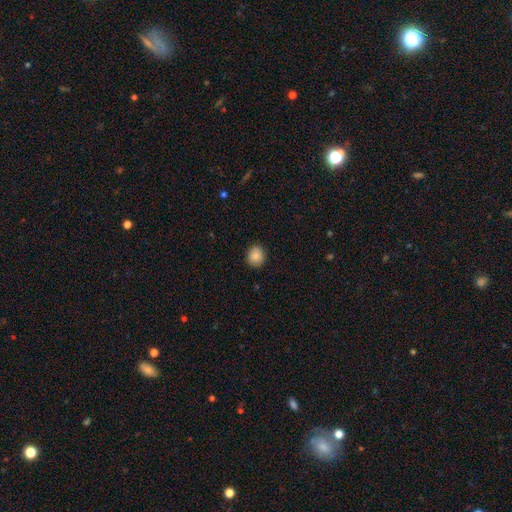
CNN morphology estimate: A smooth galaxy with no disk features (86%) that is round (80%). Merging: none (89%).